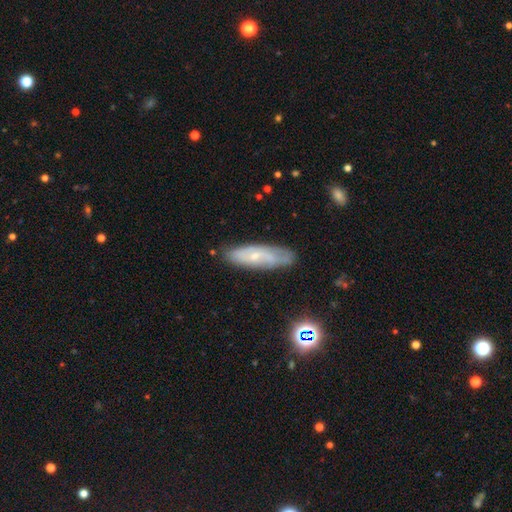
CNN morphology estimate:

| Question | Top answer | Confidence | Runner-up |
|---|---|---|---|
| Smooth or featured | featured or disk | 52% | smooth (39%) |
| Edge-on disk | no | 73% | yes (27%) |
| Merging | none | 73% | minor disturbance (20%) |